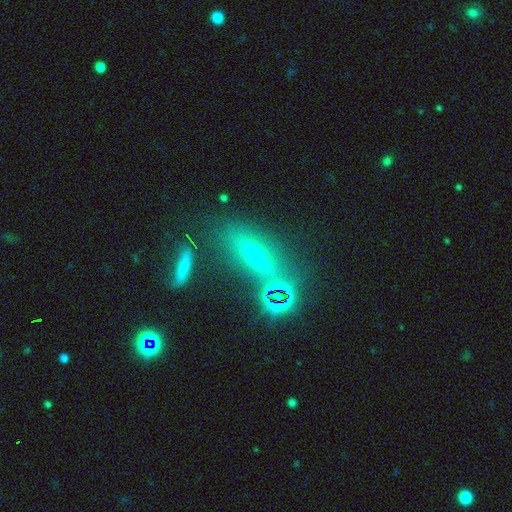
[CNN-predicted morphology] Q: Smooth or featured?
A: smooth (42%); runner-up: star or artifact (29%)
Q: Merging?
A: none (66%); runner-up: minor disturbance (15%)